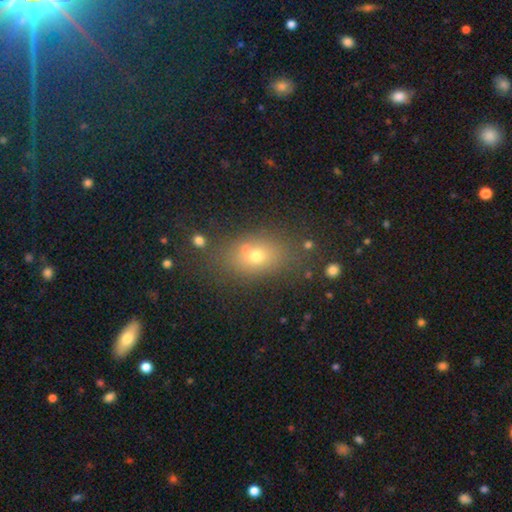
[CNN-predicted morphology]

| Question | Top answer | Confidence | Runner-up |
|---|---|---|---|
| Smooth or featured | smooth | 67% | star or artifact (17%) |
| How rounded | in between | 66% | round (31%) |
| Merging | none | 69% | minor disturbance (13%) |